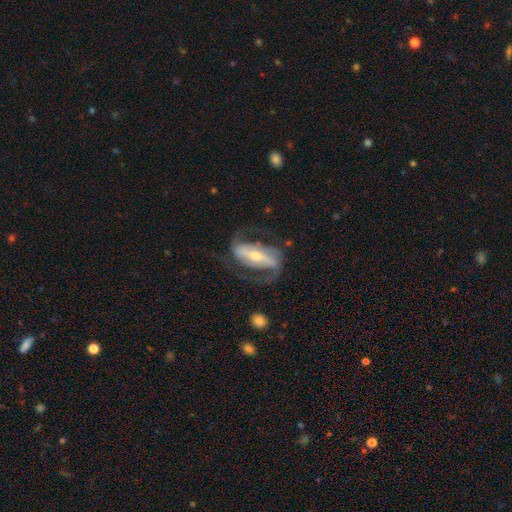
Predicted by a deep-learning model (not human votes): featured or disk 87%, smooth 8%, star or artifact 5%. Down the decision tree: edge-on disk — no (94%); bar — strong (69%); spiral arms — yes (94%); spiral arm count — 2 (90%); spiral winding — medium (51%); bulge size — small (54%); merging — none (70%).